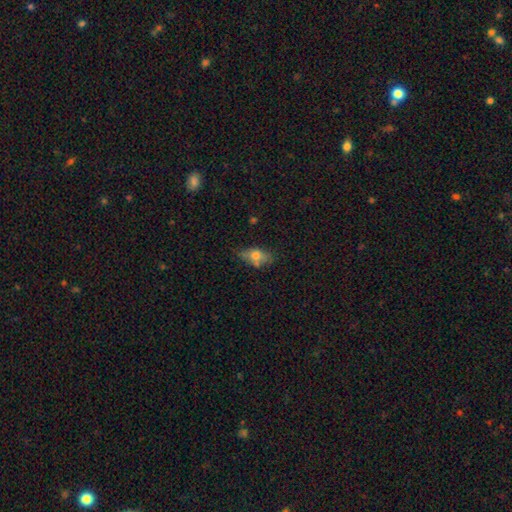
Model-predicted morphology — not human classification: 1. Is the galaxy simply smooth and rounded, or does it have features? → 66% smooth, 25% featured or disk, 9% star or artifact.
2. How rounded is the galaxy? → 84% in between, 8% cigar-shaped, 8% round.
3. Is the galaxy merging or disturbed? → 57% none, 26% minor disturbance, 9% merger, 8% major disturbance.